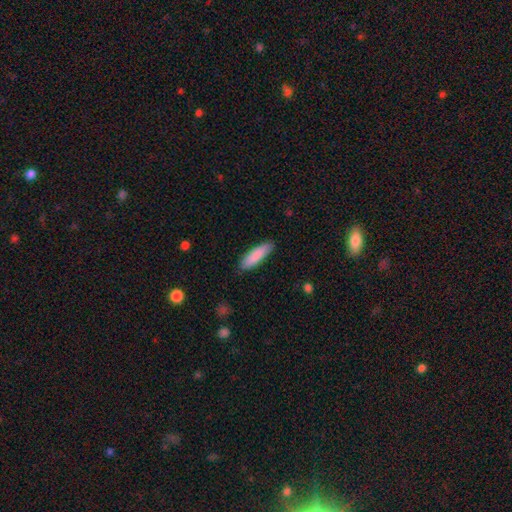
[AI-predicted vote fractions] Smooth or featured: smooth — 87% (featured or disk — 7%)
How rounded: cigar-shaped — 64% (in between — 35%)
Merging: none — 87% (minor disturbance — 10%)